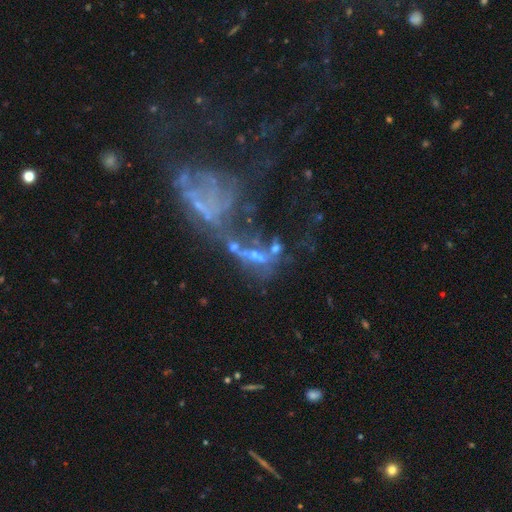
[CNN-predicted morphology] smooth-or-featured: featured or disk: 53% | star or artifact: 28% | smooth: 19%
  disk-edge-on: no: 93% | yes: 7%
  merging: merger: 42% | major disturbance: 29% | none: 20% | minor disturbance: 9%